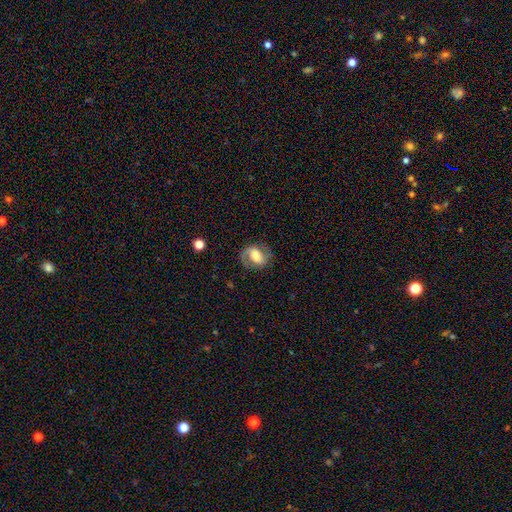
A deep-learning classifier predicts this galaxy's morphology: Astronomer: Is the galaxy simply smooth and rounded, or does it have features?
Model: featured or disk — 64%.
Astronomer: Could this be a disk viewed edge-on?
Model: no — 97%.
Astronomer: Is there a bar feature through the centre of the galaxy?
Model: weak — 41% (runner-up: strong, 31%).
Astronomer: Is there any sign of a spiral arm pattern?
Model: yes — 85%.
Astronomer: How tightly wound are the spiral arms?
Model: medium — 49% (runner-up: tight, 28%).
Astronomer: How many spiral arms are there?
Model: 2 — 81%.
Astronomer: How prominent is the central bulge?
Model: moderate — 56%.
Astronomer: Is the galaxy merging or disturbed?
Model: none — 76%.